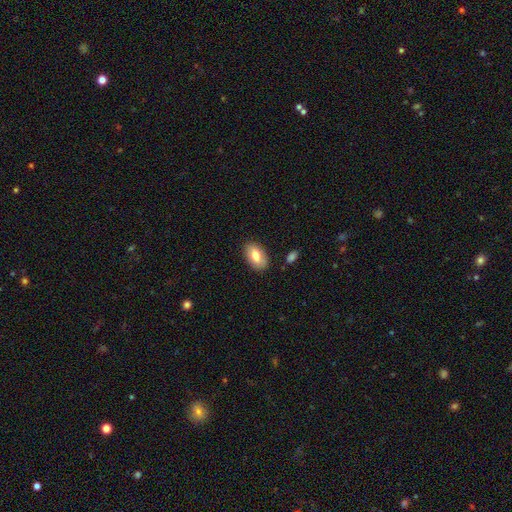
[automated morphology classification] This appears to be a smooth galaxy with no disk features (79%) that is in between round and cigar-shaped (93%). Merging: none (86%).